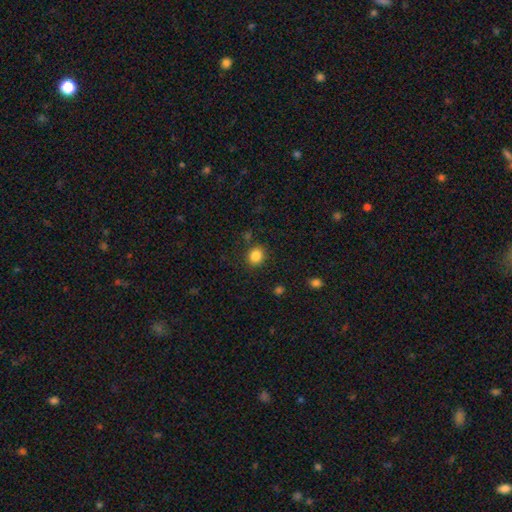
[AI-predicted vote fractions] Smooth or featured? Predicted: smooth (p=0.85). How rounded? Predicted: round (p=0.75). Merging? Predicted: none (p=0.86).